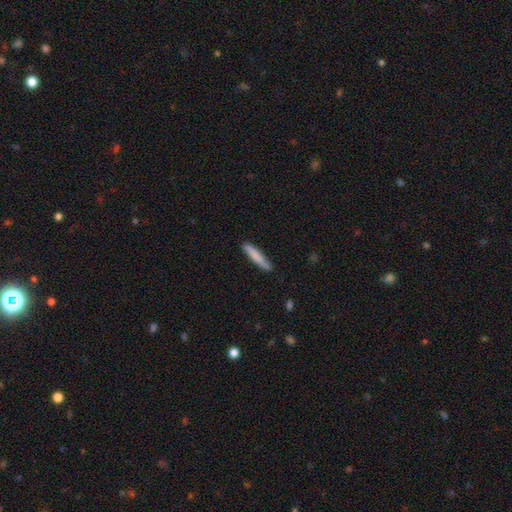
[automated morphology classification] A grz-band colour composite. It shows a smooth galaxy with no disk features (77%) that is cigar-shaped (91%). Merging: none (81%).